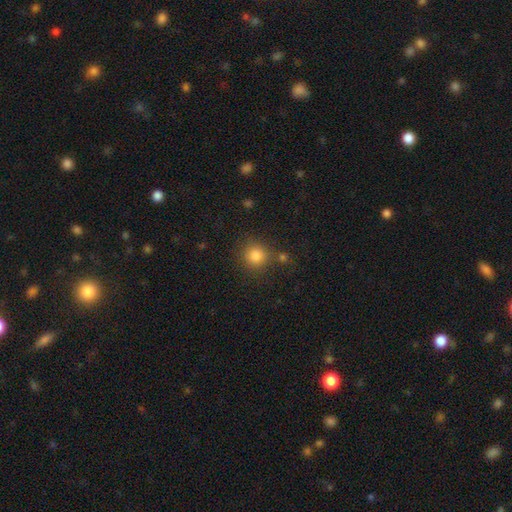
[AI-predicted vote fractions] smooth-or-featured: smooth: 83% | star or artifact: 12% | featured or disk: 5%
  how-rounded: round: 92% | in between: 7% | cigar-shaped: 1%
  merging: none: 77% | minor disturbance: 10% | merger: 9% | major disturbance: 4%